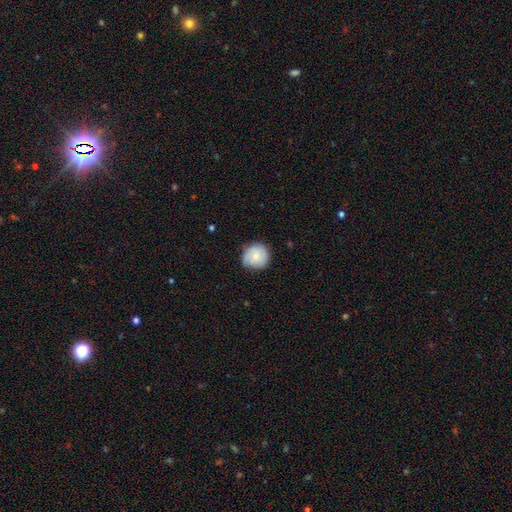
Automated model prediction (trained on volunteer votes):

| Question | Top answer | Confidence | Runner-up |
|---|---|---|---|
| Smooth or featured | smooth | 74% | featured or disk (20%) |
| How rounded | round | 91% | in between (8%) |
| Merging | none | 74% | minor disturbance (22%) |